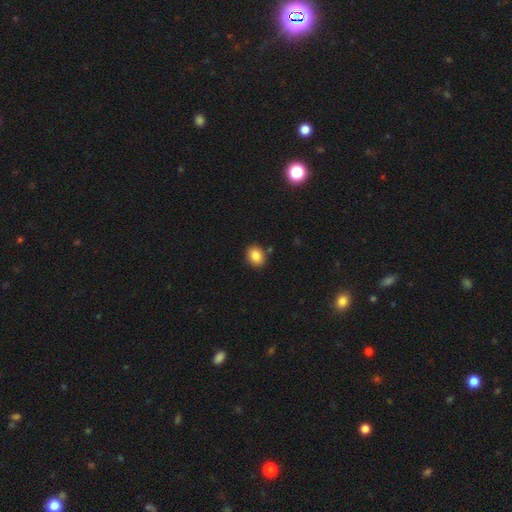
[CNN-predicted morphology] A smooth galaxy with no disk features (85%) that is round (61%). Merging: none (86%).